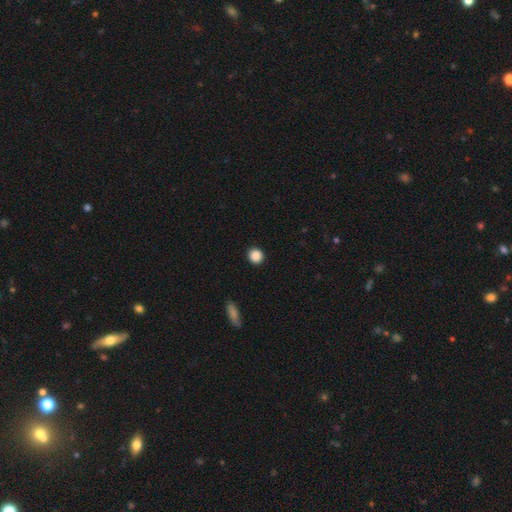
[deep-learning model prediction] Smooth or featured? Predicted: smooth (p=0.88). How rounded? Predicted: round (p=0.92). Merging? Predicted: none (p=0.93).